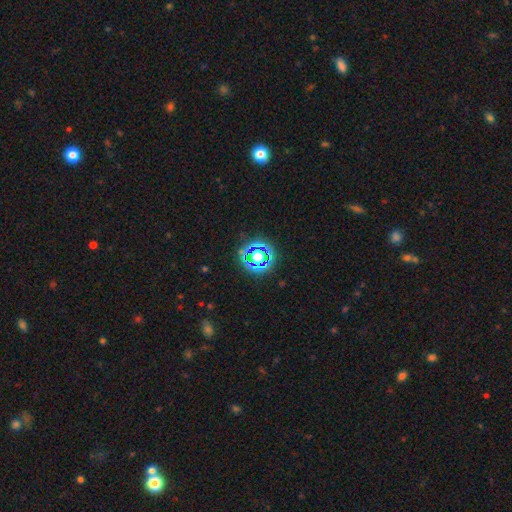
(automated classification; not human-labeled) A star or artifact, not a galaxy (54%).